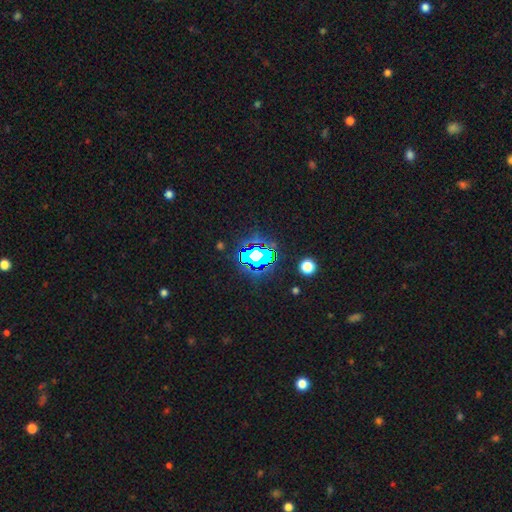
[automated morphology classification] This appears to be a star or artifact, not a galaxy (68%).